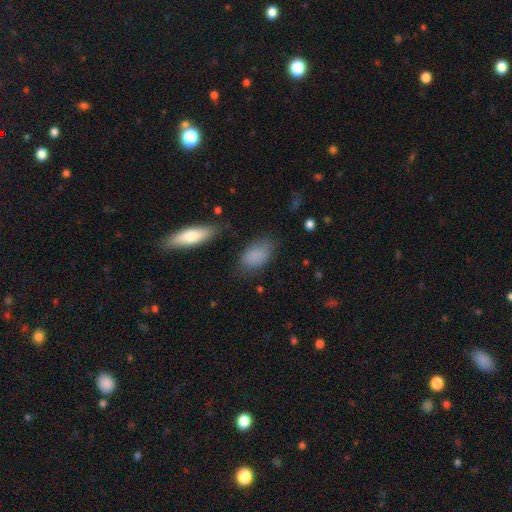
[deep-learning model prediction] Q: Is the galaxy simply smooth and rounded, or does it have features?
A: smooth — 85%.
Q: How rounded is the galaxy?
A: in between — 90%.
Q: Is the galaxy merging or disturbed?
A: none — 68%.